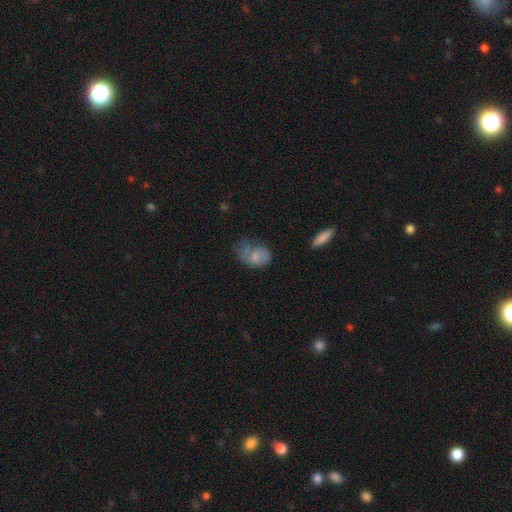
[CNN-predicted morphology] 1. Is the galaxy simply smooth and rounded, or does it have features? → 66% smooth, 26% featured or disk, 9% star or artifact.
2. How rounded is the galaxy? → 77% in between, 22% round, 1% cigar-shaped.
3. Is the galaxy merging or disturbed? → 36% major disturbance, 30% minor disturbance, 27% none, 7% merger.